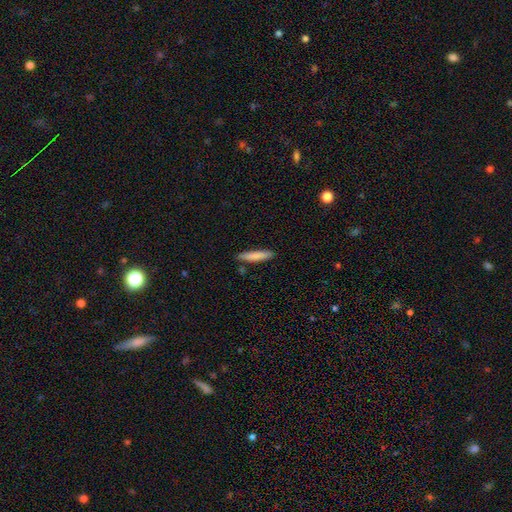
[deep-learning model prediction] Smooth or featured? Predicted: smooth (p=0.81). How rounded? Predicted: cigar-shaped (p=0.89). Merging? Predicted: none (p=0.85).